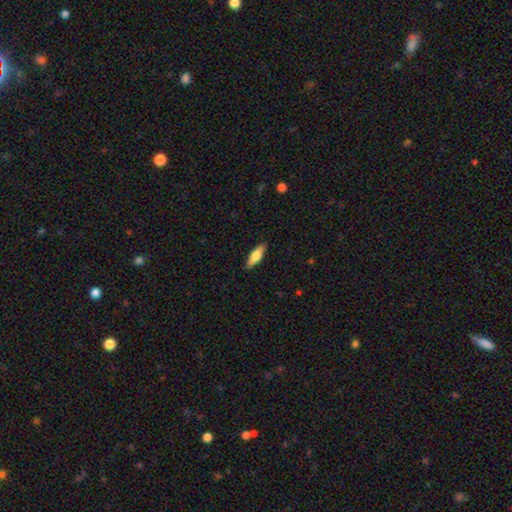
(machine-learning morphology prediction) The model was most divided on "how rounded": in between: 54%, cigar-shaped: 44%, round: 2%. More confident: merging — none (88%); smooth or featured — smooth (65%).